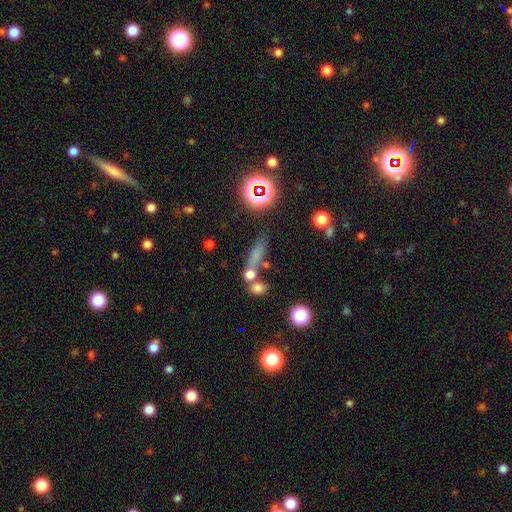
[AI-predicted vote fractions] This appears to be a smooth galaxy with no disk features (61%) that is cigar-shaped (60%). Merging: none (59%).